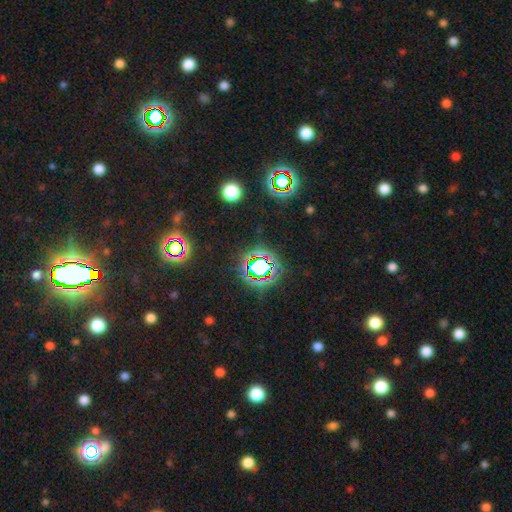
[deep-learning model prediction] This appears to be a star or artifact, not a galaxy (77%).